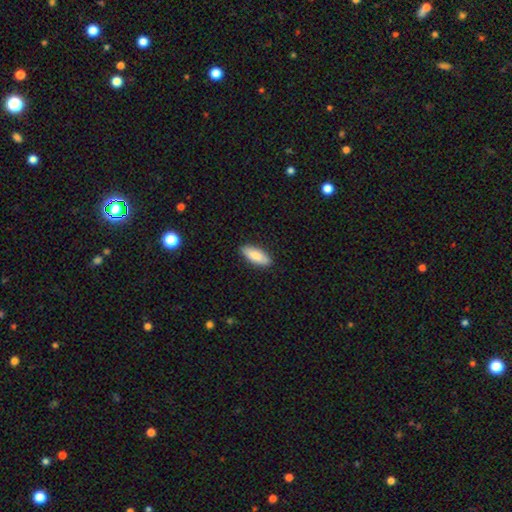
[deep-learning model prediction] A smooth galaxy with no disk features (84%) that is in between round and cigar-shaped (76%).

Vote fractions:
- Smooth or featured? smooth: 84% / featured or disk: 11% / star or artifact: 6%
- How rounded? in between: 76% / cigar-shaped: 22% / round: 2%
- Merging? none: 89% / minor disturbance: 8% / major disturbance: 2% / merger: 1%